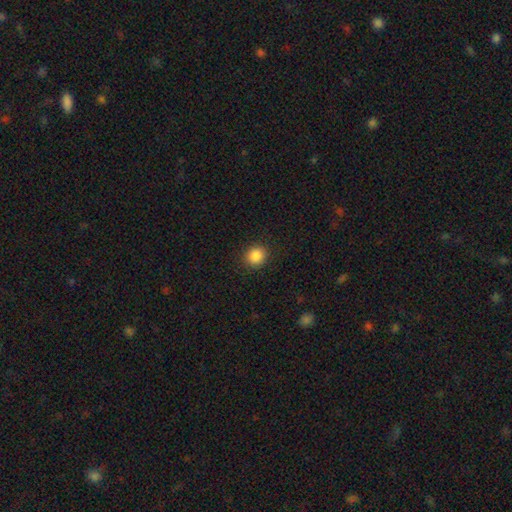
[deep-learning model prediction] This is clearly a smooth galaxy (87%). How rounded: clearly round (84%). Merging: clearly none (90%).